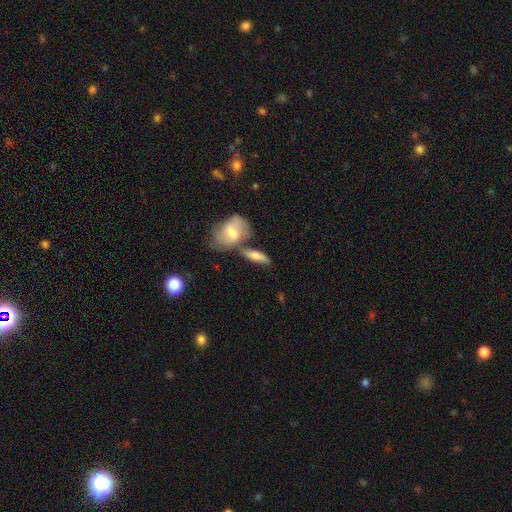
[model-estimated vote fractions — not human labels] This appears to be a smooth galaxy with no disk features (65%) that is in between round and cigar-shaped (60%). Merging: none (48%).